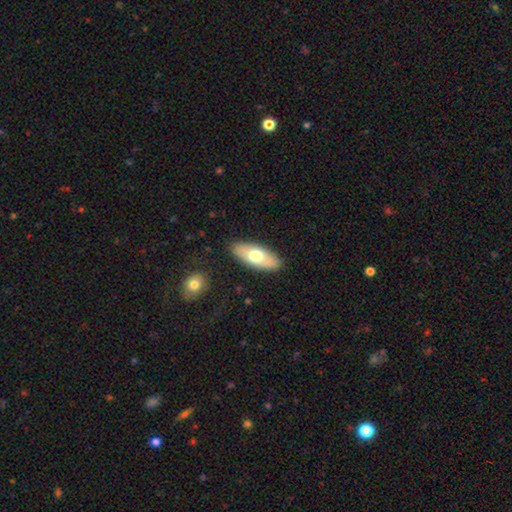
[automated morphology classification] A smooth galaxy with no disk features (65%) that is in between round and cigar-shaped (79%).

Vote fractions:
- Smooth or featured? smooth: 65% / featured or disk: 29% / star or artifact: 6%
- How rounded? in between: 79% / cigar-shaped: 18% / round: 3%
- Merging? none: 87% / minor disturbance: 10% / major disturbance: 2% / merger: 1%